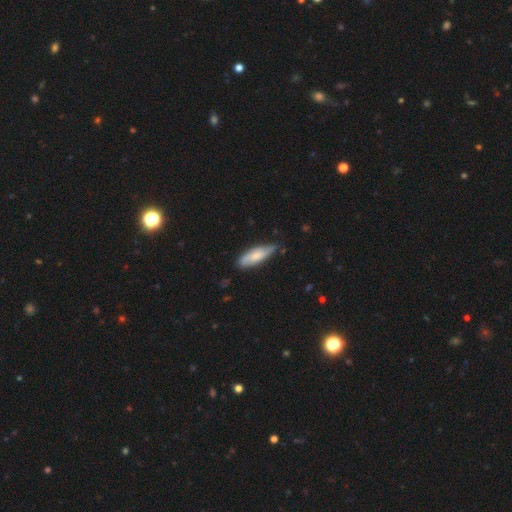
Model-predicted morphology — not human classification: Q: Smooth or featured?
A: smooth (67%); runner-up: featured or disk (27%)
Q: How rounded?
A: in between (54%); runner-up: cigar-shaped (44%)
Q: Merging?
A: none (70%); runner-up: minor disturbance (25%)